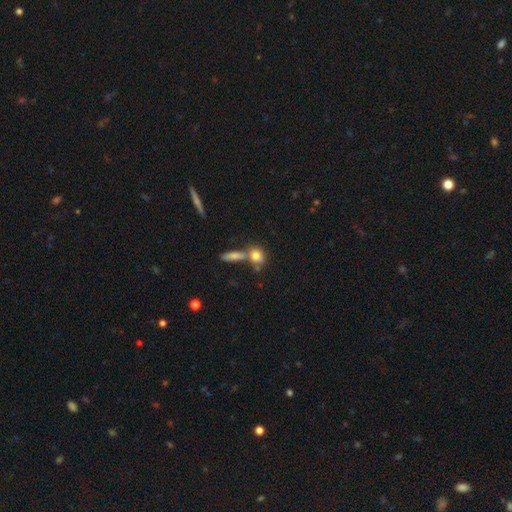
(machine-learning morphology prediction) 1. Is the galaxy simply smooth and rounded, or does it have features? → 77% smooth, 13% featured or disk, 10% star or artifact.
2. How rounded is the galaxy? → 53% round, 38% in between, 9% cigar-shaped.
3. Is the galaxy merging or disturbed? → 48% none, 36% merger, 11% minor disturbance, 5% major disturbance.